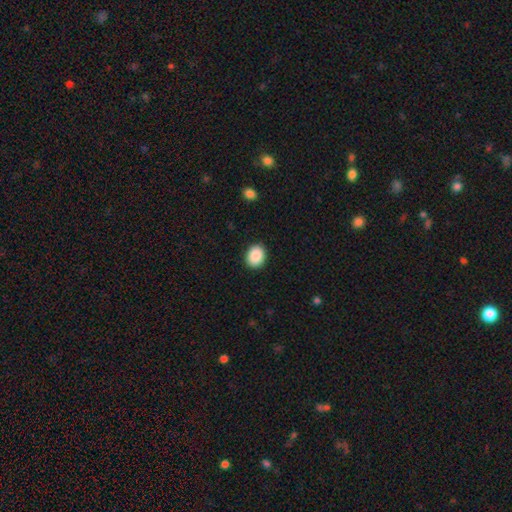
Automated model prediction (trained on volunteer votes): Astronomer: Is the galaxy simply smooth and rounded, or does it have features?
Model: smooth — 89%.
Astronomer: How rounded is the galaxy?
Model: in between — 54% (runner-up: round, 45%).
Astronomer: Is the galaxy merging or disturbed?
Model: none — 90%.